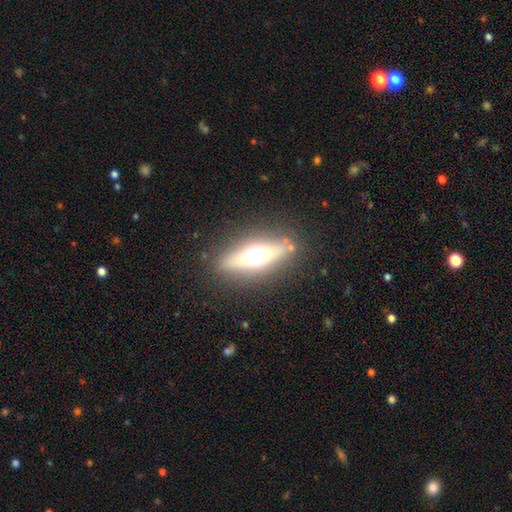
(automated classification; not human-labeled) A featured or disk galaxy (51%) viewed edge-on (80%).

Vote fractions:
- Smooth or featured? featured or disk: 51% / smooth: 39% / star or artifact: 11%
- Edge-on disk? yes: 80% / no: 20%
- Merging? none: 84% / minor disturbance: 10% / major disturbance: 4% / merger: 2%